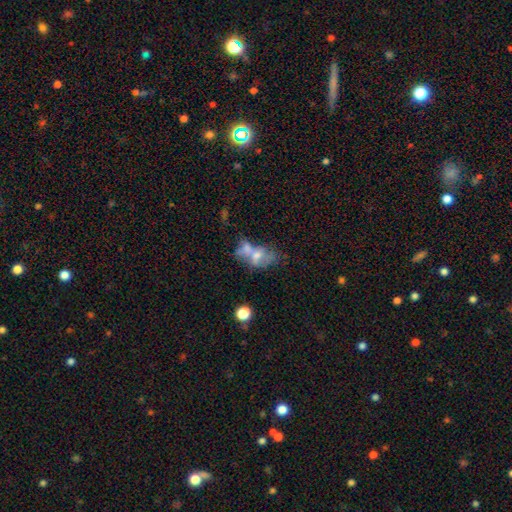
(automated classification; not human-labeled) Smooth or featured? featured or disk (45%)
Merging? merger (49%)